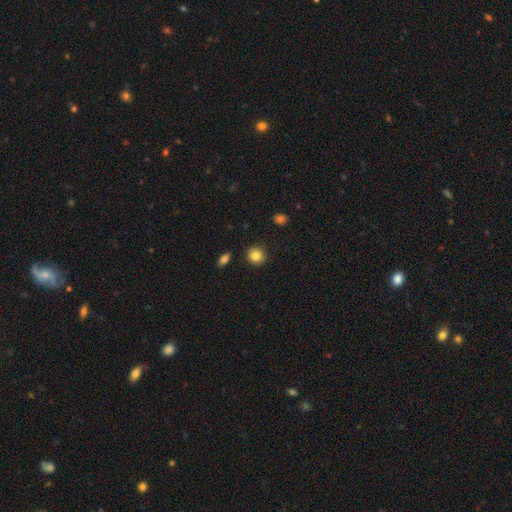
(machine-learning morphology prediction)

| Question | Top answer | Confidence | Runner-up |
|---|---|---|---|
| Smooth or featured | smooth | 83% | star or artifact (9%) |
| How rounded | round | 89% | in between (10%) |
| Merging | none | 89% | minor disturbance (7%) |